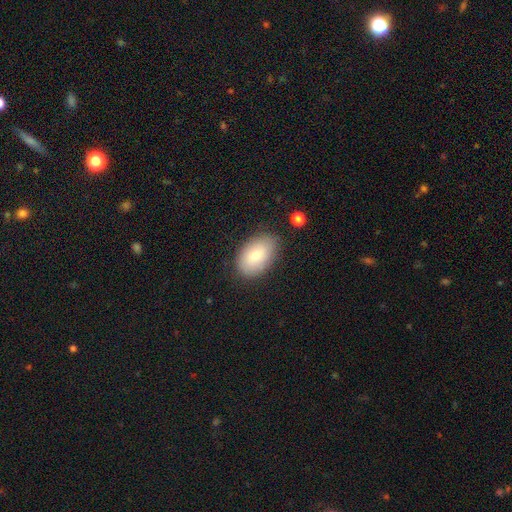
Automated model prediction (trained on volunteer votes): Morphology: type=smooth (83%); roundness=in between (94%); merging=none (82%).